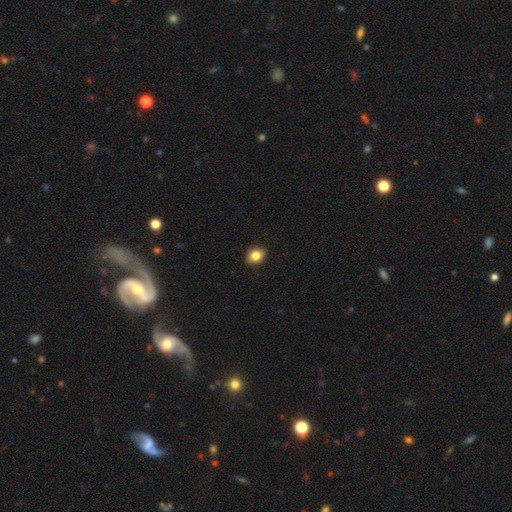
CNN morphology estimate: Smooth or featured? Predicted: smooth (p=0.85). How rounded? Predicted: in between (p=0.67). Merging? Predicted: none (p=0.90).